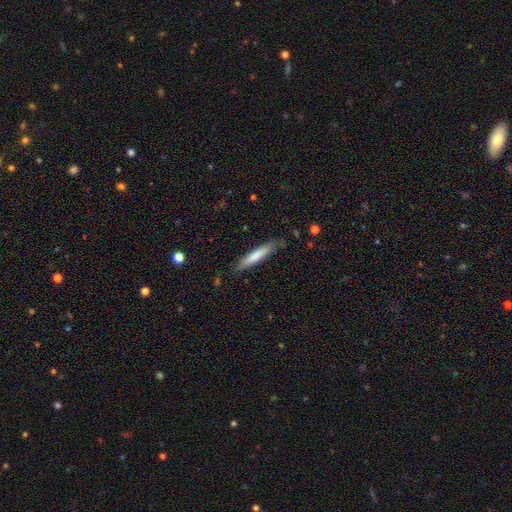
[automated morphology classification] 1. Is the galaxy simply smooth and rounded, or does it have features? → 72% smooth, 22% featured or disk, 5% star or artifact.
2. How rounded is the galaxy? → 87% cigar-shaped, 12% in between, 1% round.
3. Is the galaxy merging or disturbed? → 78% none, 17% minor disturbance, 3% major disturbance, 2% merger.